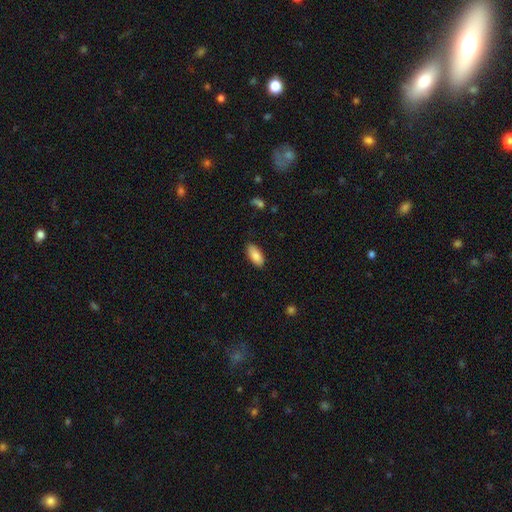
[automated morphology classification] smooth 87%, star or artifact 6%, featured or disk 6%. Down the decision tree: how rounded — in between (88%); merging — none (85%).